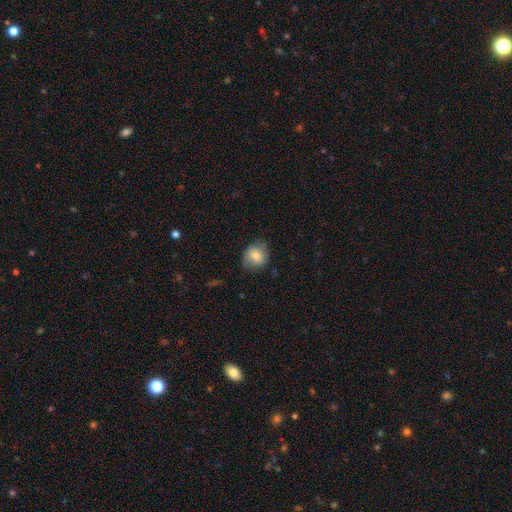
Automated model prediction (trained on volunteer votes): A smooth galaxy with no disk features (75%) that is round (72%).

Vote fractions:
- Smooth or featured? smooth: 75% / featured or disk: 17% / star or artifact: 9%
- How rounded? round: 72% / in between: 28% / cigar-shaped: 1%
- Merging? none: 73% / minor disturbance: 20% / major disturbance: 5% / merger: 1%